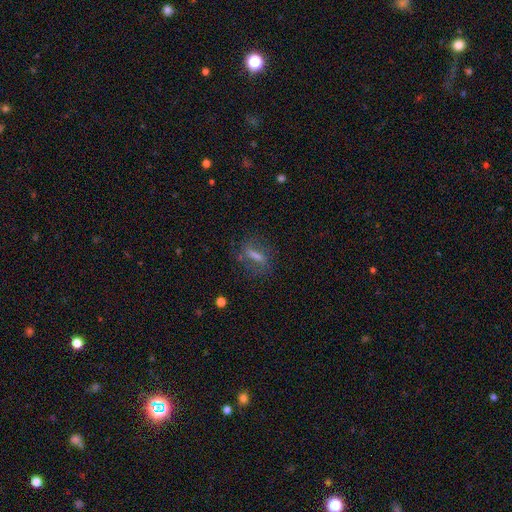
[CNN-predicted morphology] featured or disk 43%, smooth 42%, star or artifact 16%. Down the decision tree: merging — none (73%).